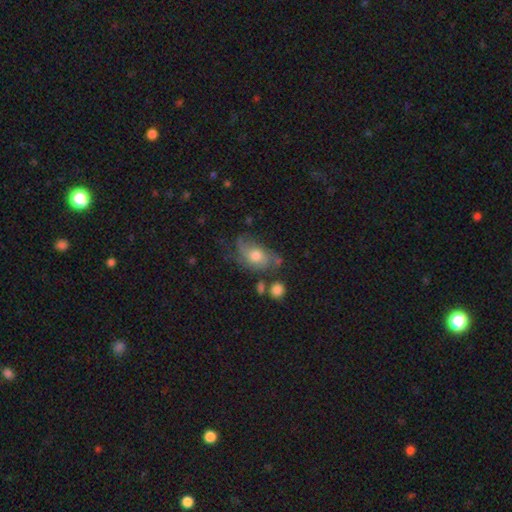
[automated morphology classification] A featured or disk galaxy (55%) with no bar (78%), spiral arms (78%) and a moderate central bulge (63%).

Vote fractions:
- Smooth or featured? featured or disk: 55% / smooth: 37% / star or artifact: 8%
- Edge-on disk? no: 94% / yes: 6%
- Bar? no: 78% / weak: 19% / strong: 3%
- Spiral arms? yes: 78% / no: 22%
- Bulge size? moderate: 63% / large: 21% / small: 11% / none: 2% / dominant: 2%
- Merging? none: 44% / minor disturbance: 28% / major disturbance: 22% / merger: 6%